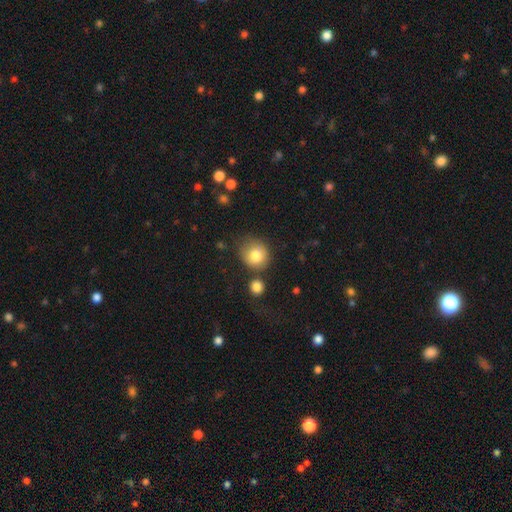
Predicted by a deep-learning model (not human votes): Morphology: type=smooth (80%); roundness=round (81%); merging=none (64%).